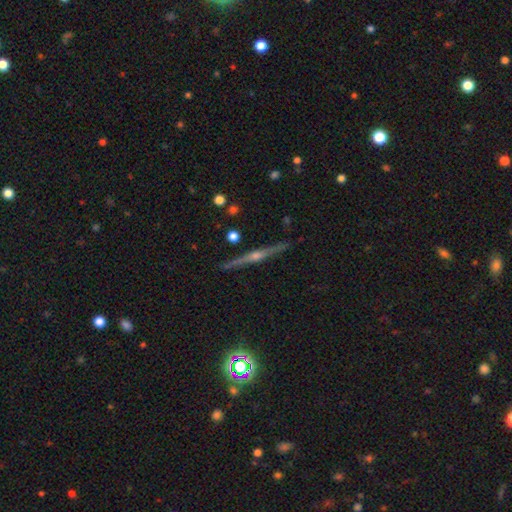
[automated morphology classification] Smooth or featured: featured or disk — 82% (smooth — 10%)
Edge-on disk: yes — 98% (no — 2%)
Edge-on bulge: rounded — 90% (none — 5%)
Merging: none — 90% (minor disturbance — 7%)